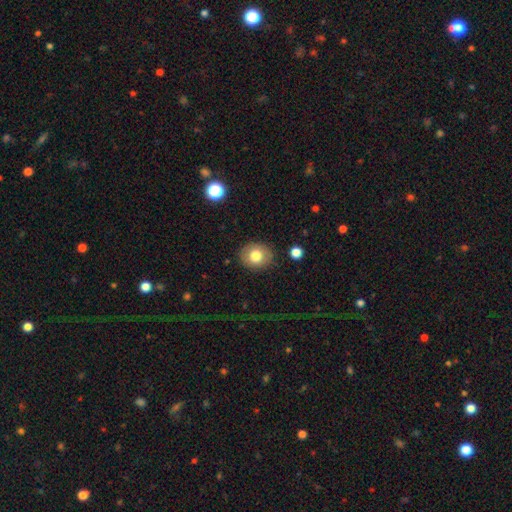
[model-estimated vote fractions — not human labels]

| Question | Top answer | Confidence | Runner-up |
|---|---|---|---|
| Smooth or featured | smooth | 78% | featured or disk (13%) |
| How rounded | round | 61% | in between (38%) |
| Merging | none | 86% | minor disturbance (10%) |